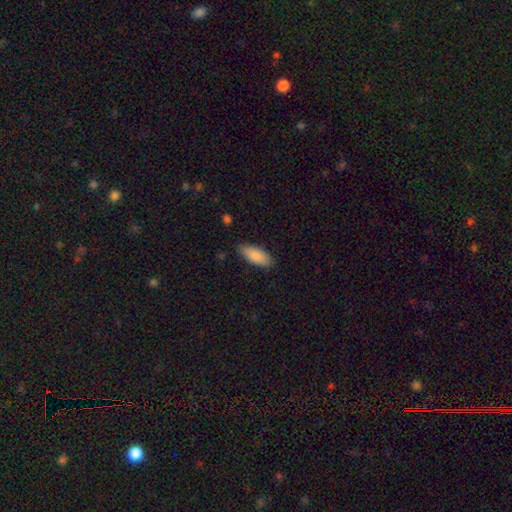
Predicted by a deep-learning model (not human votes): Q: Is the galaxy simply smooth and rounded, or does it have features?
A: smooth — 87%.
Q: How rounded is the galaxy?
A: in between — 80%.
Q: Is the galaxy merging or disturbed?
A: none — 84%.